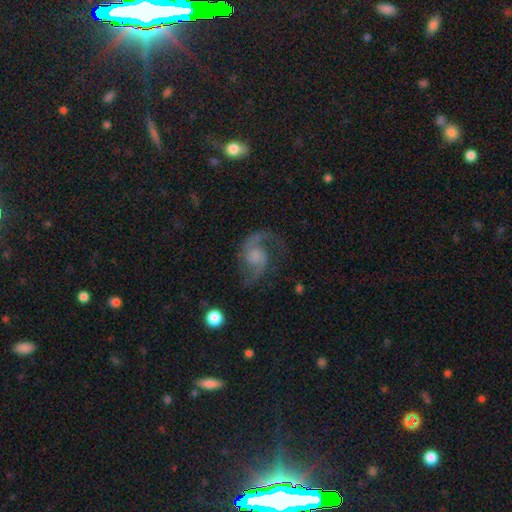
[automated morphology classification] featured or disk 86%, smooth 8%, star or artifact 6%. Down the decision tree: edge-on disk — no (98%); bar — no (66%); spiral arms — yes (97%); spiral arm count — 2 (91%); spiral winding — medium (47%); bulge size — none (34%); merging — none (70%).